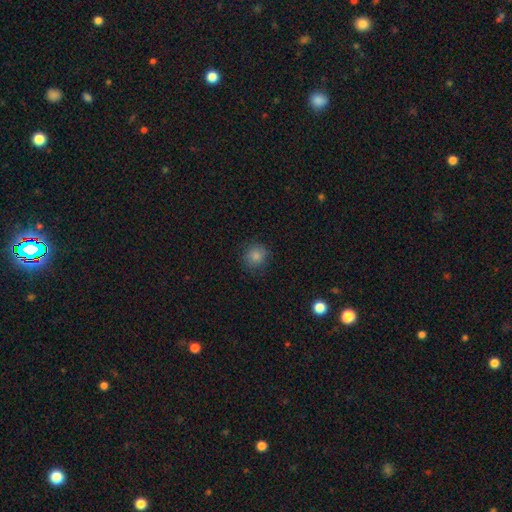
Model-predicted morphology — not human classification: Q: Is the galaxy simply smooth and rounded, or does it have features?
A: smooth — 84%.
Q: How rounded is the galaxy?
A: round — 89%.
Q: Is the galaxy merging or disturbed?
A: none — 85%.